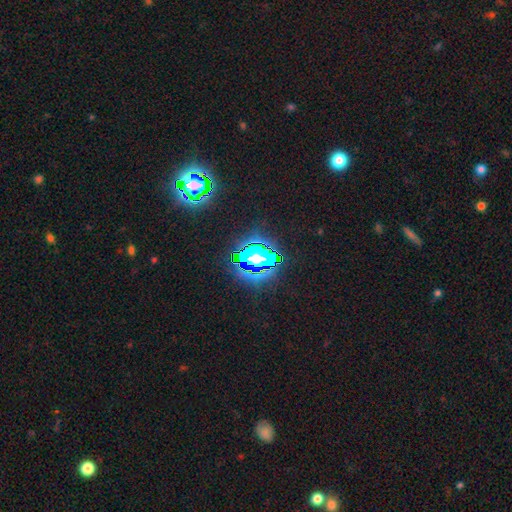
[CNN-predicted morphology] Q: Smooth or featured?
A: star or artifact (82%); runner-up: smooth (11%)